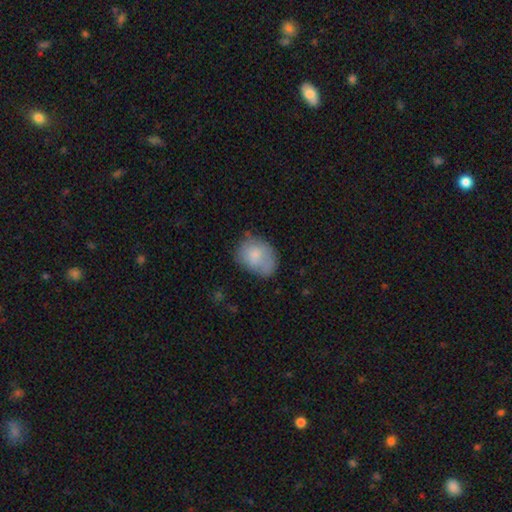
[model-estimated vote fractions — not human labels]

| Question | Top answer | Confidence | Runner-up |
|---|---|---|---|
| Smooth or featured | smooth | 76% | featured or disk (17%) |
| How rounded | in between | 66% | round (34%) |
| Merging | none | 48% | minor disturbance (32%) |